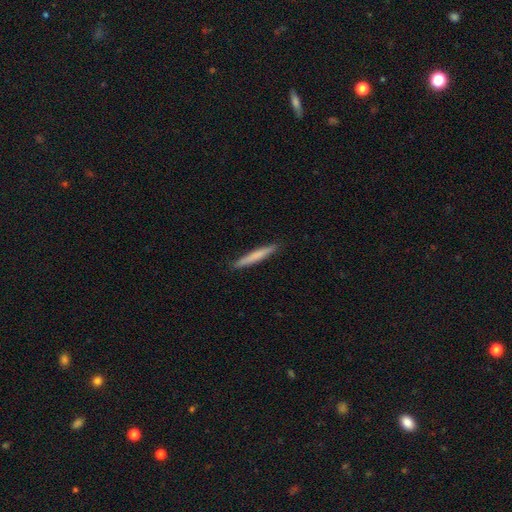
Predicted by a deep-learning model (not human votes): This is likely a smooth galaxy (69%). How rounded: clearly cigar-shaped (96%). Merging: clearly none (91%).